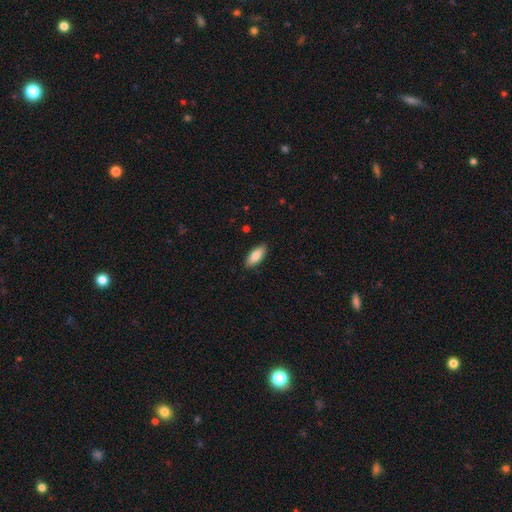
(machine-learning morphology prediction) Overall: smooth (83%). How rounded: in between (79%). Merging: none (89%).